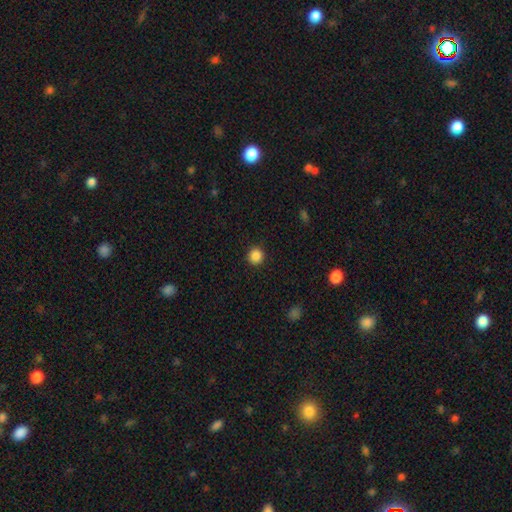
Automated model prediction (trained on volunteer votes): This is clearly a smooth galaxy (87%). How rounded: clearly round (94%). Merging: clearly none (92%).